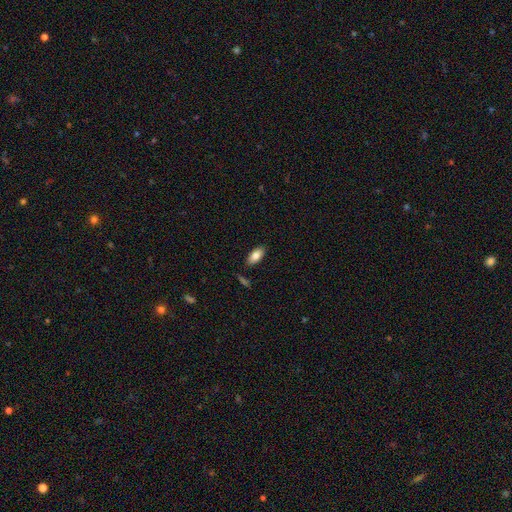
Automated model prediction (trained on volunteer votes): Smooth or featured? smooth (83%)
How rounded? in between (90%)
Merging? none (85%)